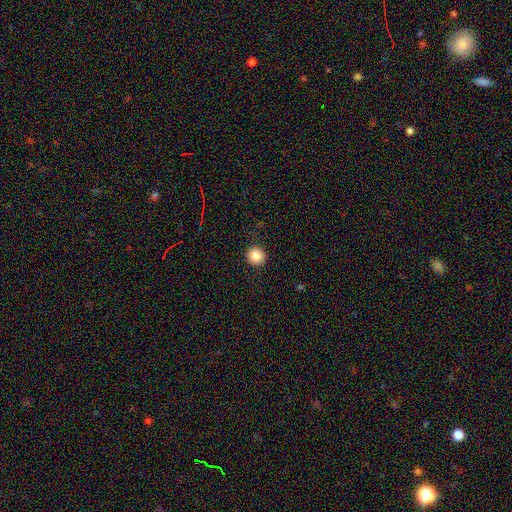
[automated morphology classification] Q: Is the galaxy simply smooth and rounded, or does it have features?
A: smooth — 85%.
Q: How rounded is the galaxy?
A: round — 93%.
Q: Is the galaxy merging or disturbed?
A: none — 91%.